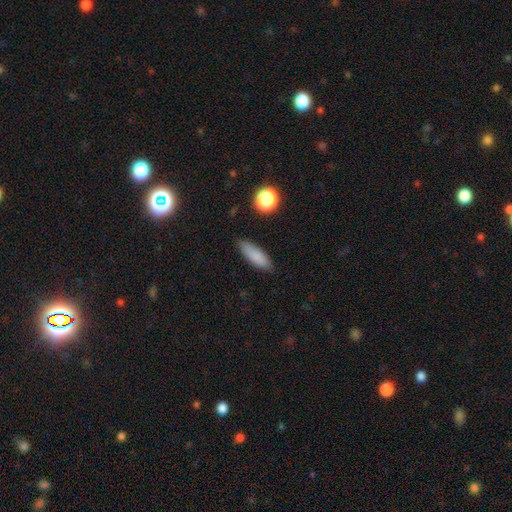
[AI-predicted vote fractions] This is clearly a smooth galaxy (84%). How rounded: possibly in between (57%). Merging: clearly none (82%).